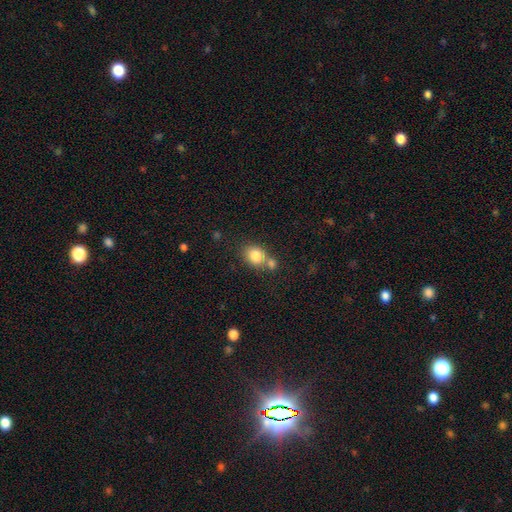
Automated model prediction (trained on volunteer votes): smooth 82%, star or artifact 9%, featured or disk 8%. Down the decision tree: how rounded — round (58%); merging — none (53%).